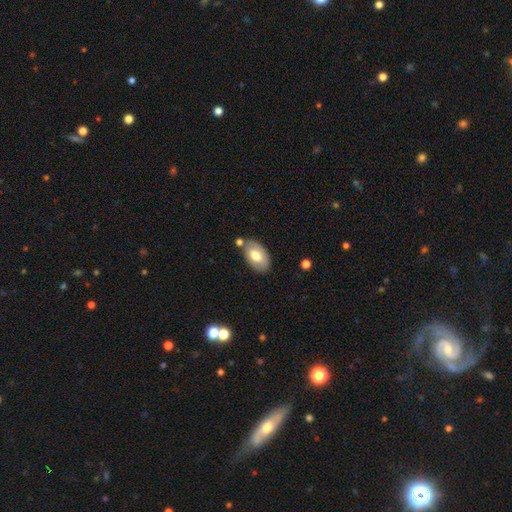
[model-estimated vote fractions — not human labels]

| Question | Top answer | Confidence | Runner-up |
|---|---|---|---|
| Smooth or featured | smooth | 66% | featured or disk (28%) |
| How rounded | in between | 93% | round (6%) |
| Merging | none | 67% | minor disturbance (18%) |